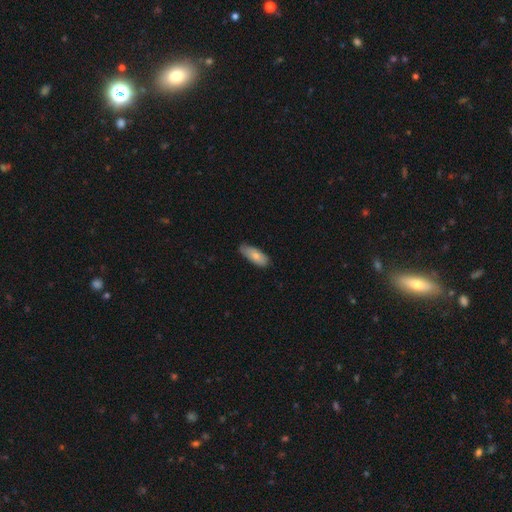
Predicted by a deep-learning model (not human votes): Morphology: type=smooth (76%); roundness=in between (80%); merging=none (70%).